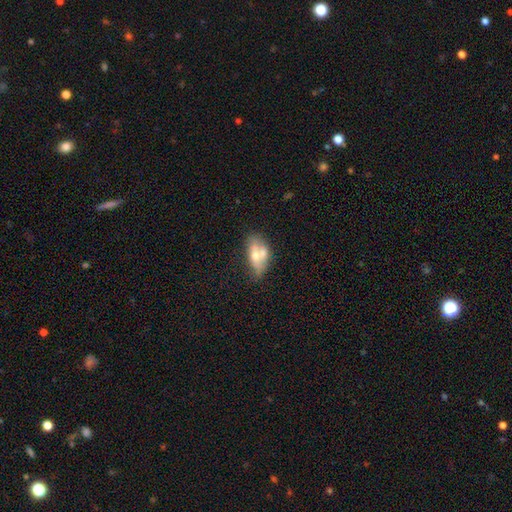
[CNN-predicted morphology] type=smooth (52%); roundness=in between (85%); merging=merger (40%).